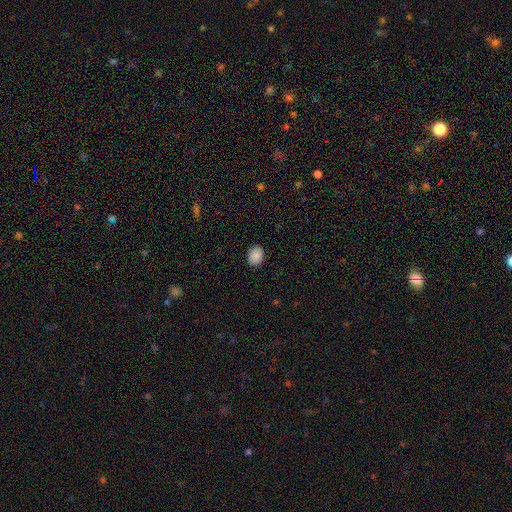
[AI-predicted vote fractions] A smooth galaxy with no disk features (89%) that is in between round and cigar-shaped (56%).

Vote fractions:
- Smooth or featured? smooth: 89% / star or artifact: 8% / featured or disk: 3%
- How rounded? in between: 56% / round: 43% / cigar-shaped: 1%
- Merging? none: 88% / minor disturbance: 9% / major disturbance: 2% / merger: 1%